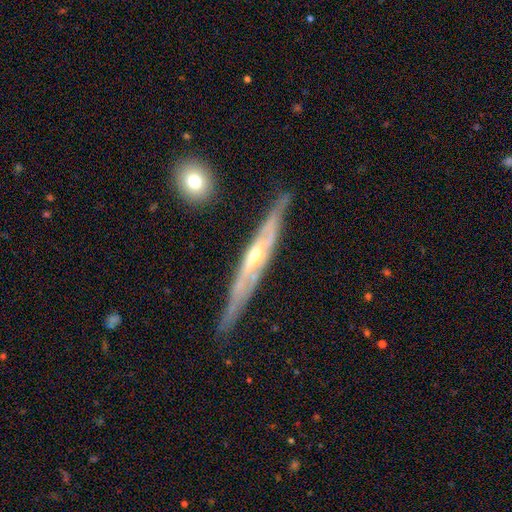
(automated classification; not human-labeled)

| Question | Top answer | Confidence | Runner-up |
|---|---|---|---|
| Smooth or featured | featured or disk | 82% | smooth (12%) |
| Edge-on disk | yes | 84% | no (16%) |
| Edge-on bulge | rounded | 68% | none (27%) |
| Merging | none | 78% | minor disturbance (16%) |